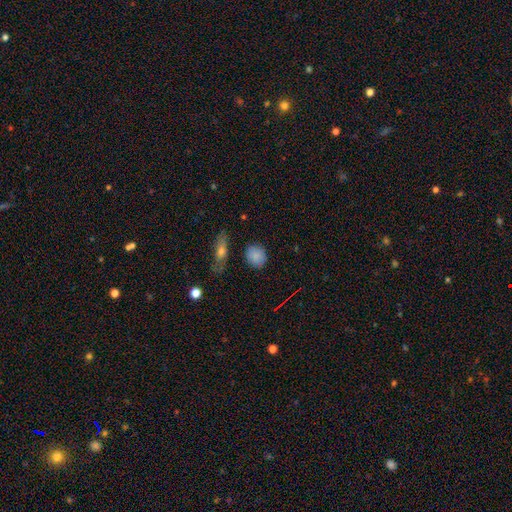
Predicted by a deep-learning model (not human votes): Overall: smooth (82%). How rounded: round (63%; in between 34%). Merging: none (81%).